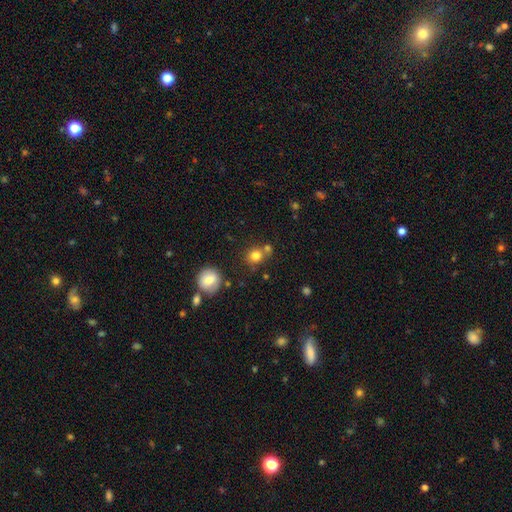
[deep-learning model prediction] This is likely a smooth galaxy (79%). How rounded: clearly round (83%). Merging: likely none (65%).